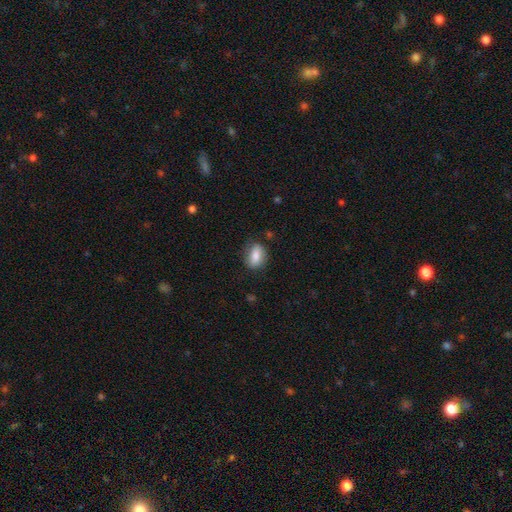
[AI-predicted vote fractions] Overall: smooth (80%). How rounded: in between (78%). Merging: none (77%).